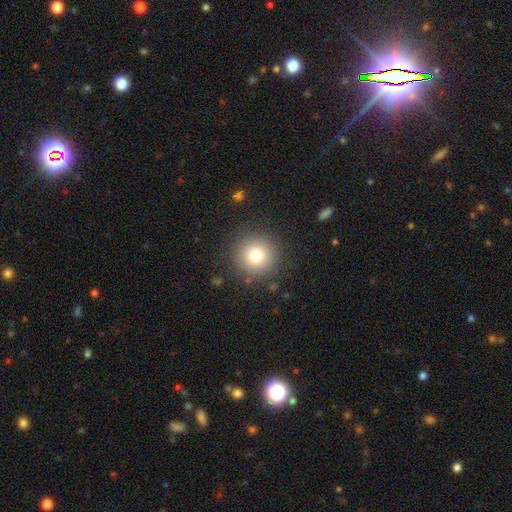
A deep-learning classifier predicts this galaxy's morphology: A smooth galaxy with no disk features (77%) that is round (96%). Merging: none (88%).